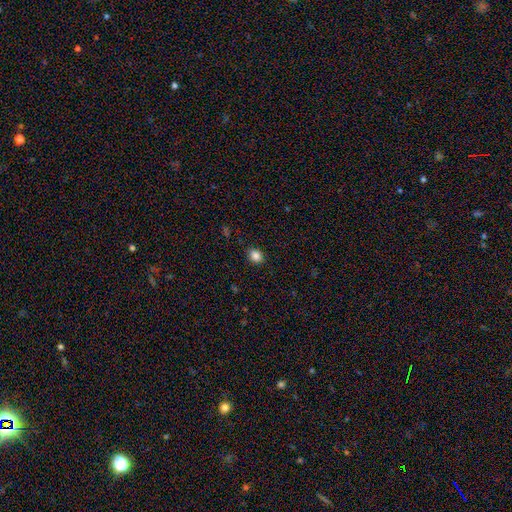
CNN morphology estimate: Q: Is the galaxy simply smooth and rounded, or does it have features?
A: smooth — 86%.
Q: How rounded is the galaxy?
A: in between — 54%.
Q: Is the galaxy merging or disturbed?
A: none — 89%.